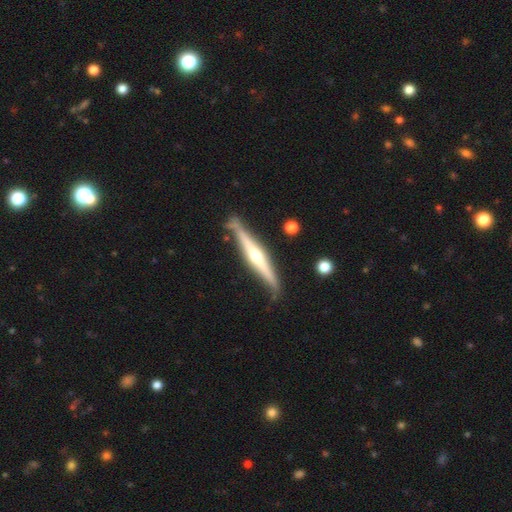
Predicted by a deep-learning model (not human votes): Q: Smooth or featured?
A: featured or disk (76%); runner-up: smooth (19%)
Q: Edge-on disk?
A: yes (97%); runner-up: no (3%)
Q: Edge-on bulge?
A: rounded (87%); runner-up: none (8%)
Q: Merging?
A: none (79%); runner-up: minor disturbance (14%)